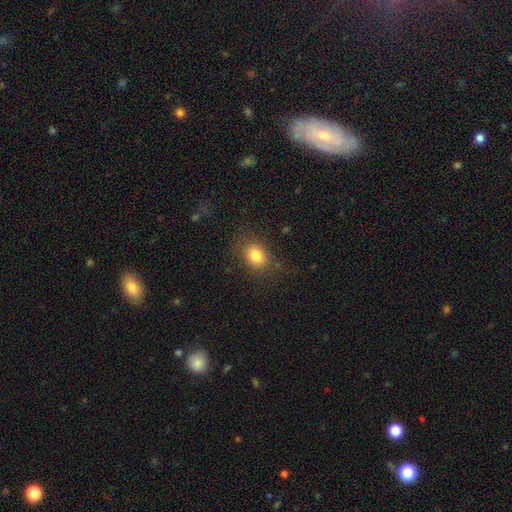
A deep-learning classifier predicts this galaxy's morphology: smooth-or-featured: smooth: 81% | star or artifact: 10% | featured or disk: 8%
  how-rounded: in between: 60% | round: 39% | cigar-shaped: 1%
  merging: none: 78% | minor disturbance: 14% | major disturbance: 7% | merger: 1%